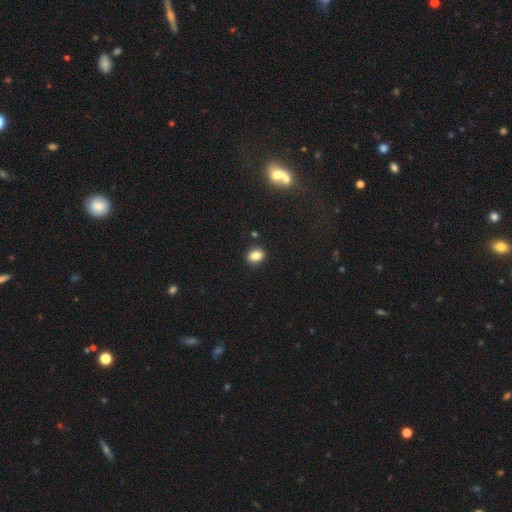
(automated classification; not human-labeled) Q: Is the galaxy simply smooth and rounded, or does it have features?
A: smooth — 82%.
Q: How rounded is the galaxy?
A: in between — 53%.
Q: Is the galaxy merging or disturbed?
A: none — 86%.